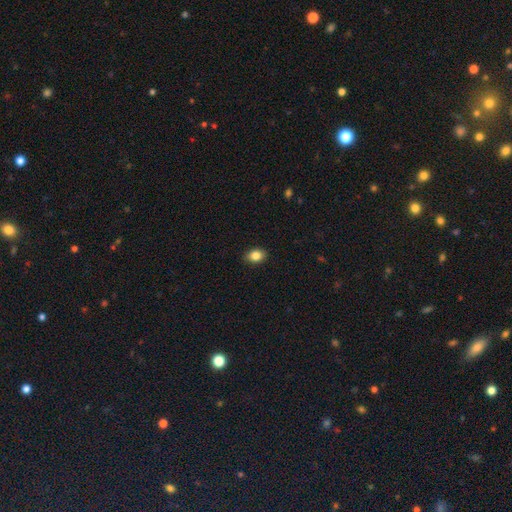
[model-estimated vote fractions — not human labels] Smooth or featured? smooth (86%)
How rounded? in between (72%)
Merging? none (89%)